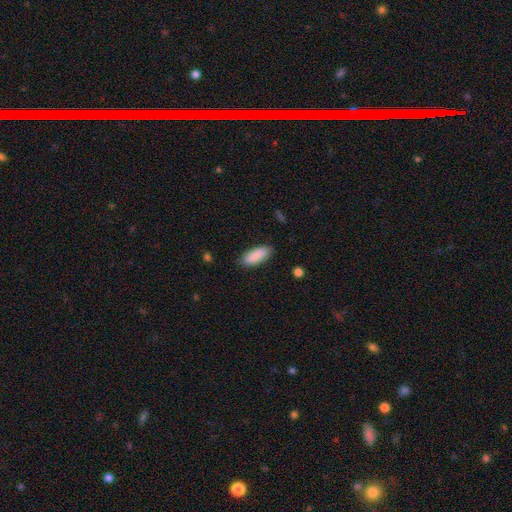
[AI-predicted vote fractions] The model was most divided on "how rounded": in between: 77%, cigar-shaped: 21%, round: 2%. More confident: smooth or featured — smooth (89%); merging — none (84%).